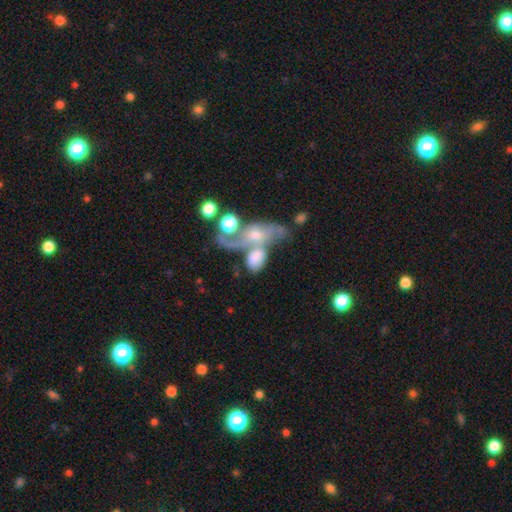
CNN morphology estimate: smooth_or_featured: featured or disk (p=0.49) [alt: smooth p=0.40]
merging: merger (p=0.58) [alt: none p=0.17]